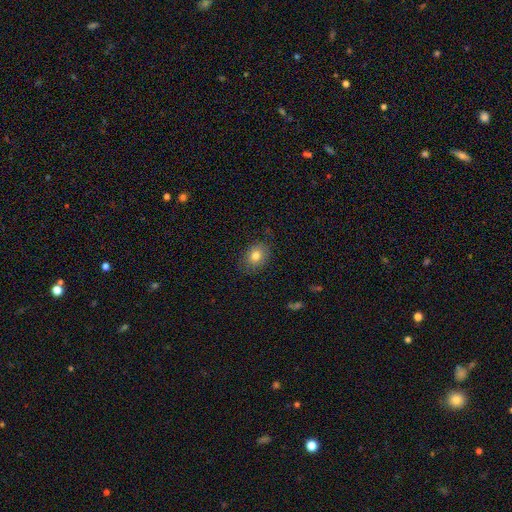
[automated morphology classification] smooth_or_featured: smooth (p=0.80) [alt: featured or disk p=0.10]
how_rounded: in between (p=0.57) [alt: round p=0.42]
merging: none (p=0.82) [alt: minor disturbance p=0.14]